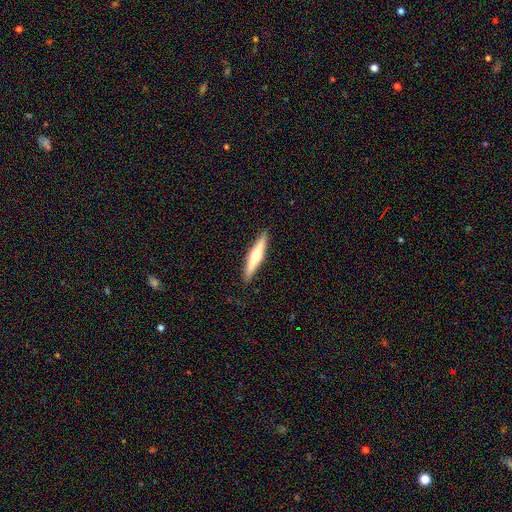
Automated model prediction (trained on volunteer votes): Overall: featured or disk (58%; smooth 37%). Edge-on disk: yes (96%). Edge-on bulge: rounded (92%). Merging: none (90%).